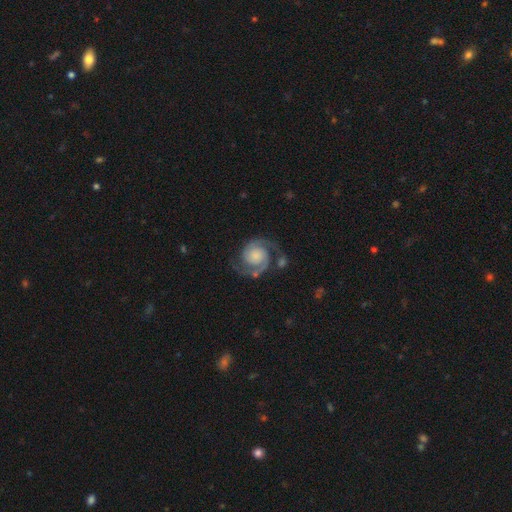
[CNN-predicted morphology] featured or disk 90%, smooth 5%, star or artifact 5%. Down the decision tree: edge-on disk — no (98%); bar — no (76%); spiral arms — yes (98%); spiral arm count — 2 (94%); spiral winding — medium (48%); bulge size — small (29%); merging — none (72%).